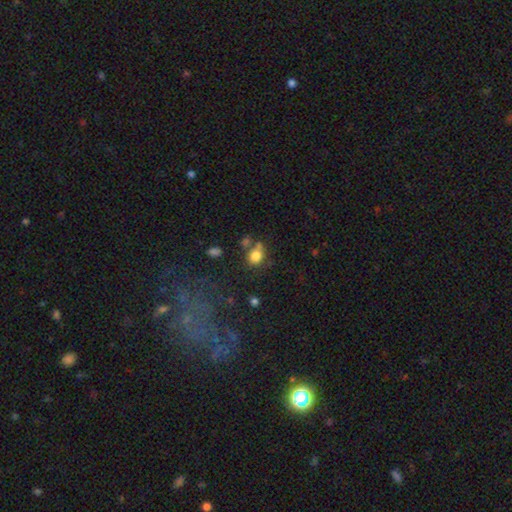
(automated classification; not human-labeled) Q: Smooth or featured?
A: smooth (79%); runner-up: star or artifact (12%)
Q: How rounded?
A: round (67%); runner-up: in between (32%)
Q: Merging?
A: none (54%); runner-up: merger (22%)